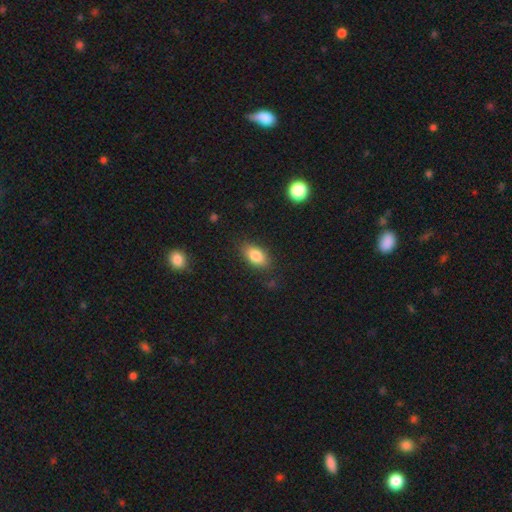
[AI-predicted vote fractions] A smooth galaxy with no disk features (83%) that is in between round and cigar-shaped (89%). Merging: none (81%).